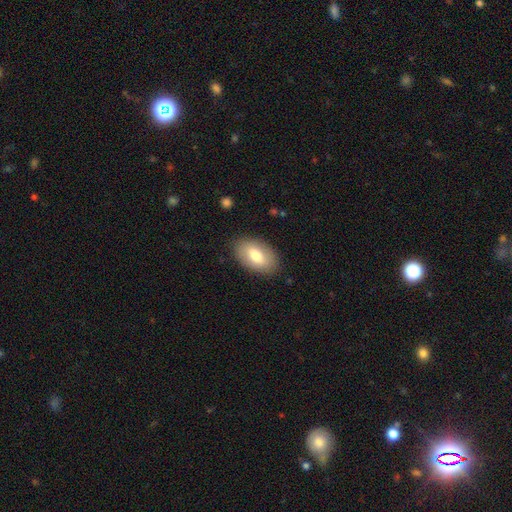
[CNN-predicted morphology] This appears to be a smooth galaxy with no disk features (73%) that is in between round and cigar-shaped (93%). Merging: none (85%).